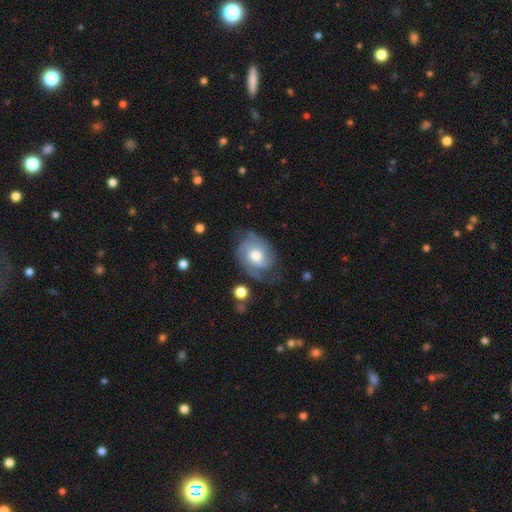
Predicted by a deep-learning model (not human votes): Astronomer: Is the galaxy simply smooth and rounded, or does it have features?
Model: featured or disk — 69%.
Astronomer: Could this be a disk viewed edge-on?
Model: no — 97%.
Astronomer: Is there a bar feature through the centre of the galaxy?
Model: no — 74%.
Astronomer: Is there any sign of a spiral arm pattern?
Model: yes — 89%.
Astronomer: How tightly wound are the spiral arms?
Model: tight — 46% (runner-up: medium, 38%).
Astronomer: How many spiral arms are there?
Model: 2 — 46% (runner-up: can't tell, 24%).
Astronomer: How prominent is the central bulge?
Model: moderate — 70%.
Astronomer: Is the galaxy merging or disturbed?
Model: none — 55%.